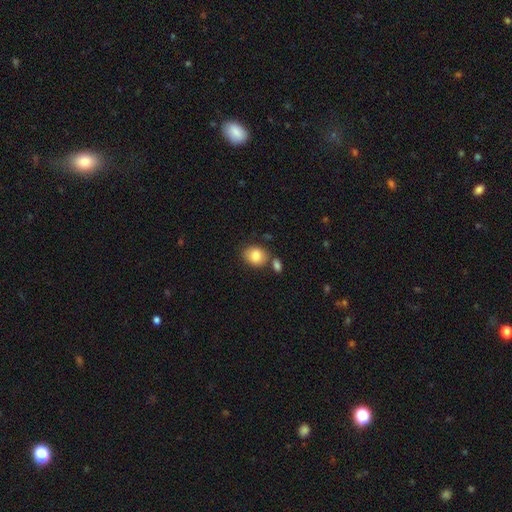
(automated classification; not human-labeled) Overall: smooth (84%). How rounded: round (57%; in between 42%). Merging: none (68%).